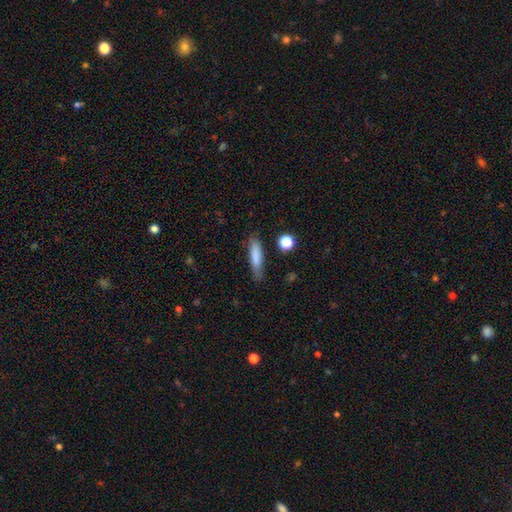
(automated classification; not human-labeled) A smooth galaxy with no disk features (81%) that is cigar-shaped (76%). Merging: none (77%).